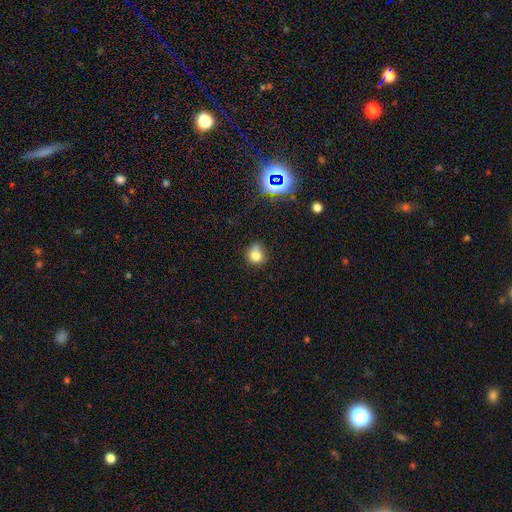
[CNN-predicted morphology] This is likely a smooth galaxy (74%). How rounded: clearly round (82%). Merging: possibly none (58%).